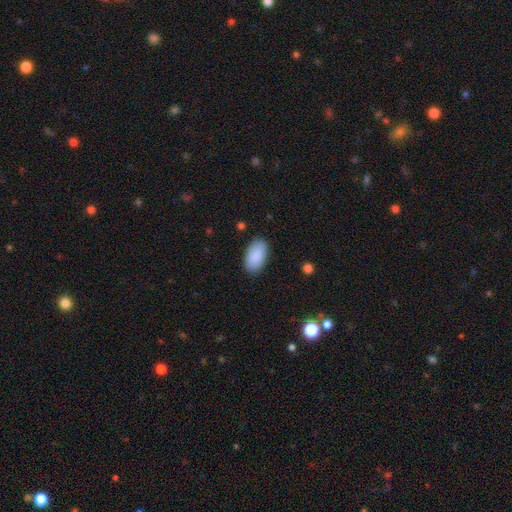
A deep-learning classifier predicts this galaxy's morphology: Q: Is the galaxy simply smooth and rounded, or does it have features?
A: smooth — 90%.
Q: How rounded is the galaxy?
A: in between — 95%.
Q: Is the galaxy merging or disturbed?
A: none — 87%.